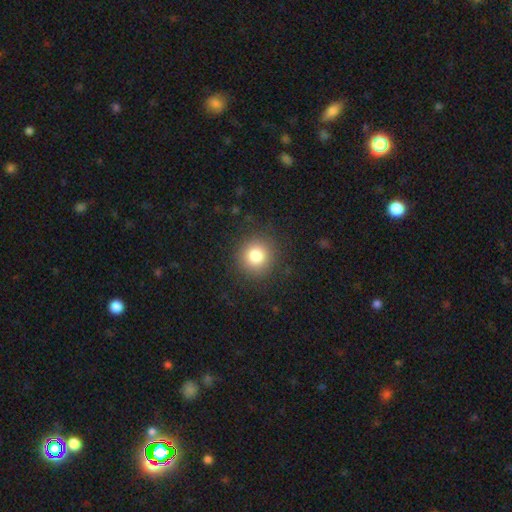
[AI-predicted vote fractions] This is clearly a smooth galaxy (81%). How rounded: clearly round (93%). Merging: clearly none (88%).